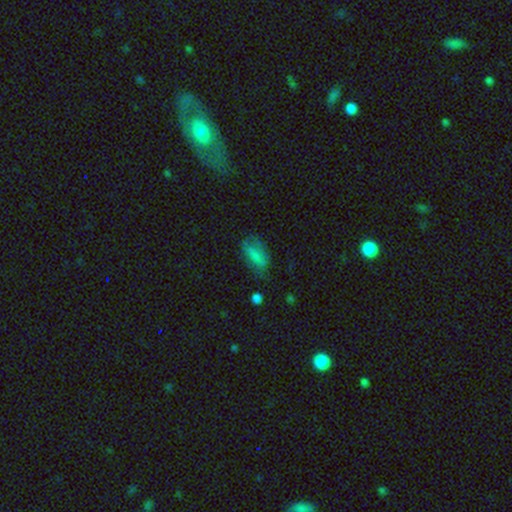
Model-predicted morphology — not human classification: type=smooth (70%); roundness=in between (86%); merging=none (54%).